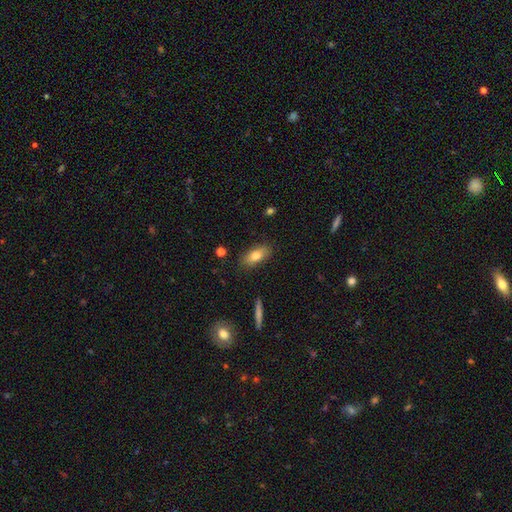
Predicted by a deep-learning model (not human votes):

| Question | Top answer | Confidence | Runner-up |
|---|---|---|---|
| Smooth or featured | smooth | 78% | featured or disk (14%) |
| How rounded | in between | 85% | cigar-shaped (10%) |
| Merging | none | 85% | minor disturbance (11%) |